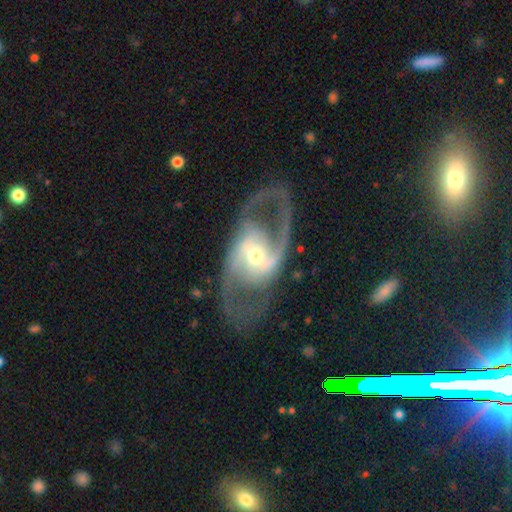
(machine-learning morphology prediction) This appears to be a featured or disk galaxy (88%) with a weak bar (38%), 2 (88%) medium (54%) spiral arms (93%) and a moderate central bulge (55%). Merging: none (71%).